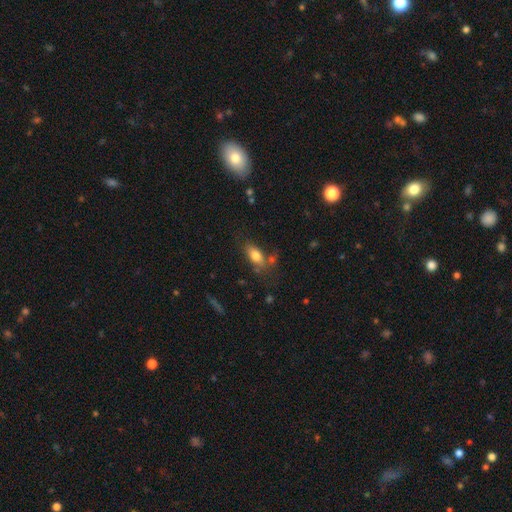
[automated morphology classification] Q: Smooth or featured?
A: smooth (76%); runner-up: featured or disk (15%)
Q: How rounded?
A: in between (83%); runner-up: cigar-shaped (12%)
Q: Merging?
A: none (65%); runner-up: minor disturbance (19%)